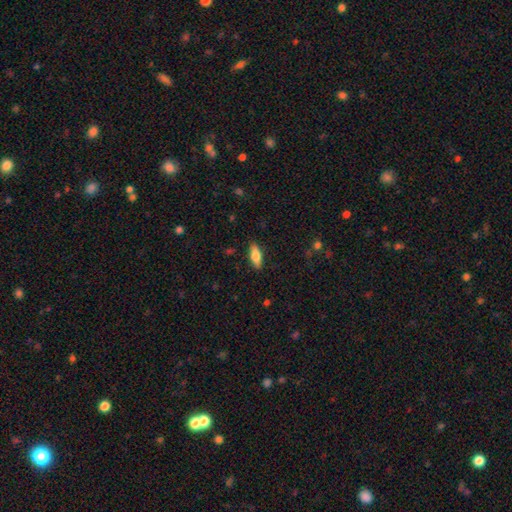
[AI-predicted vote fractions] smooth 76%, featured or disk 18%, star or artifact 6%. Down the decision tree: how rounded — in between (69%); merging — none (87%).